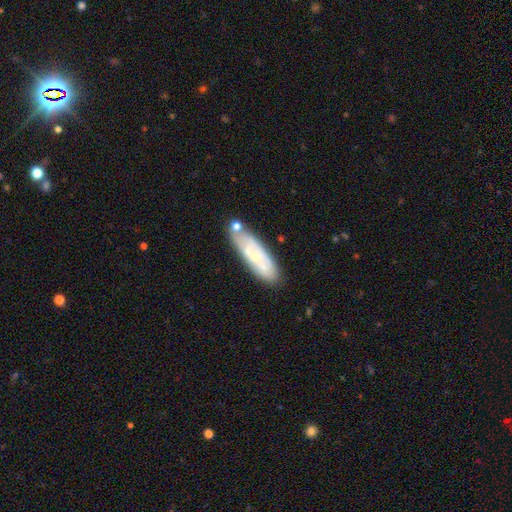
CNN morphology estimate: This is possibly a smooth galaxy (49%). Merging: likely none (68%).